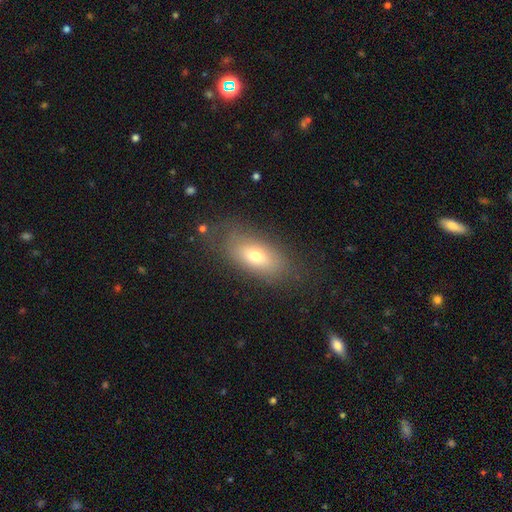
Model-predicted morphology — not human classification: Smooth or featured: smooth — 67% (featured or disk — 23%)
How rounded: in between — 85% (cigar-shaped — 9%)
Merging: none — 75% (minor disturbance — 16%)